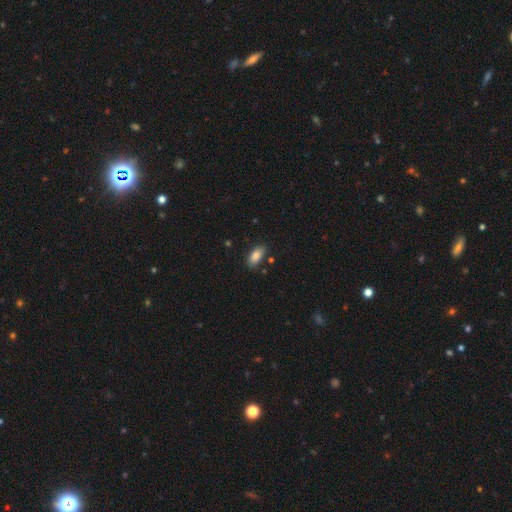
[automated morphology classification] This is clearly a smooth galaxy (85%). How rounded: clearly in between (90%). Merging: clearly none (82%).